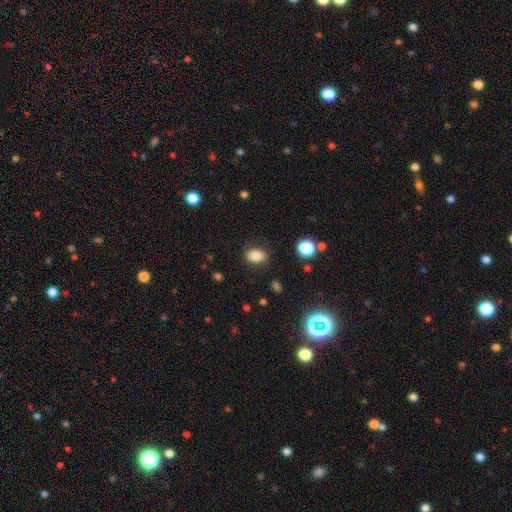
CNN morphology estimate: Overall: smooth (84%). How rounded: in between (75%). Merging: none (84%).